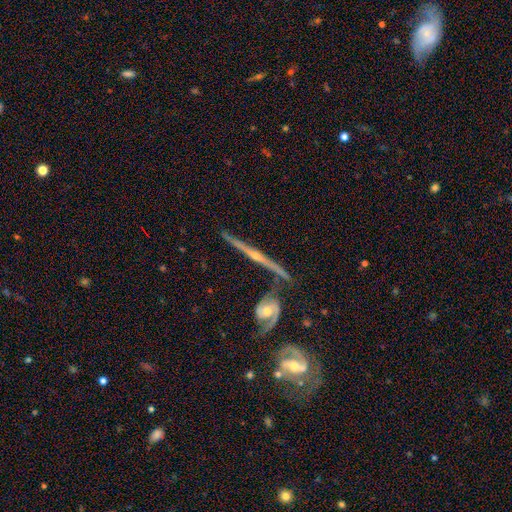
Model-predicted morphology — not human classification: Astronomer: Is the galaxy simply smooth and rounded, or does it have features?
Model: featured or disk — 84%.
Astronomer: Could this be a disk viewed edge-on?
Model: yes — 96%.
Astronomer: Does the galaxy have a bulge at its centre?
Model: rounded — 81%.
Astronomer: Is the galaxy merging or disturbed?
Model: none — 77%.